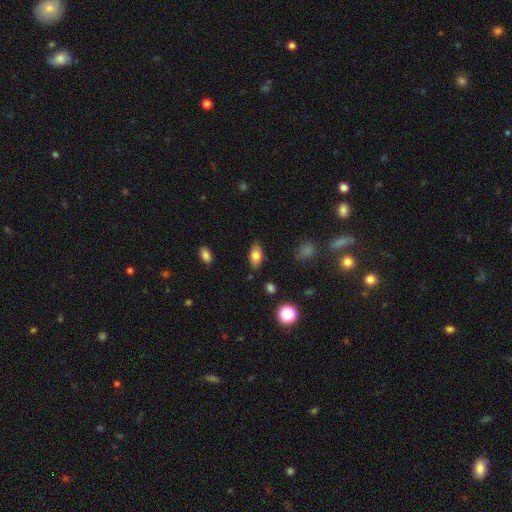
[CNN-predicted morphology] Overall: smooth (76%). How rounded: in between (89%). Merging: none (83%).